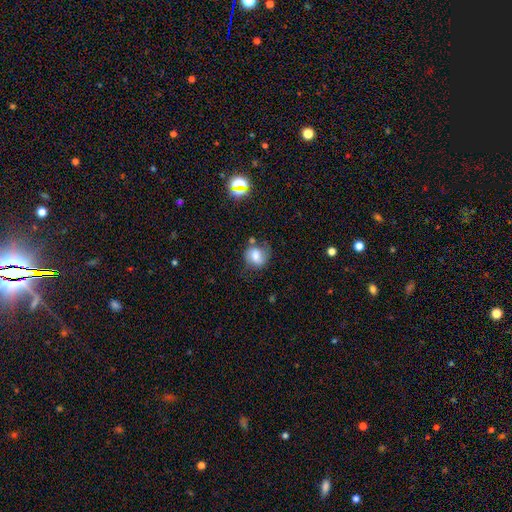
This is likely a smooth galaxy (65%). How rounded: clearly round (92%). Merging: possibly minor disturbance (46%).